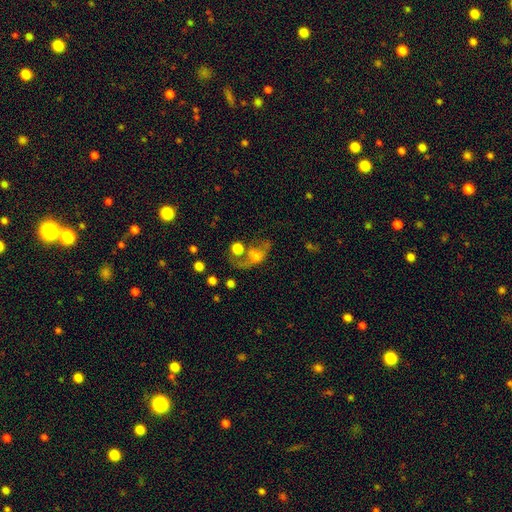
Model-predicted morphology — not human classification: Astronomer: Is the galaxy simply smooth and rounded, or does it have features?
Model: smooth — 48% (runner-up: featured or disk, 38%).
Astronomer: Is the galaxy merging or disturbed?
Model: merger — 33% (runner-up: major disturbance, 29%).